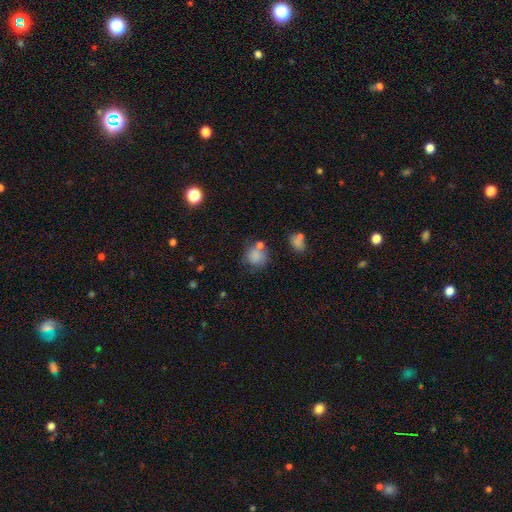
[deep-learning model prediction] Smooth or featured: smooth — 80% (star or artifact — 11%)
How rounded: round — 83% (in between — 16%)
Merging: none — 58% (minor disturbance — 18%)